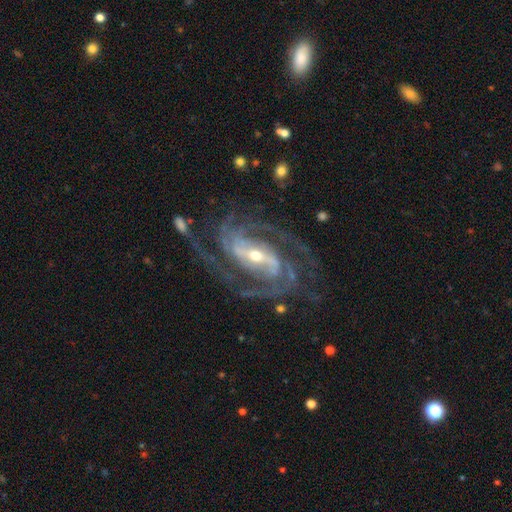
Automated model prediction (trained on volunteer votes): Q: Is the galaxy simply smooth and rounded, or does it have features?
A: featured or disk — 93%.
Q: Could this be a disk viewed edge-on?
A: no — 97%.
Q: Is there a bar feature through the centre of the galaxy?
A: strong — 56%.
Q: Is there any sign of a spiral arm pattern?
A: yes — 98%.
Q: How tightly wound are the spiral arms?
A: medium — 49%.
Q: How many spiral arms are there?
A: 2 — 36%.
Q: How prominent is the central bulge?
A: small — 52%.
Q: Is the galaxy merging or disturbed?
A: none — 69%.